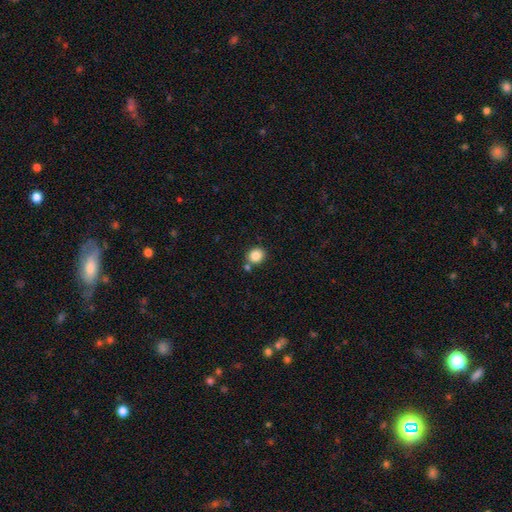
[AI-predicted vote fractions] smooth_or_featured: smooth (p=0.85) [alt: star or artifact p=0.10]
how_rounded: round (p=0.78) [alt: in between p=0.21]
merging: none (p=0.76) [alt: merger p=0.12]